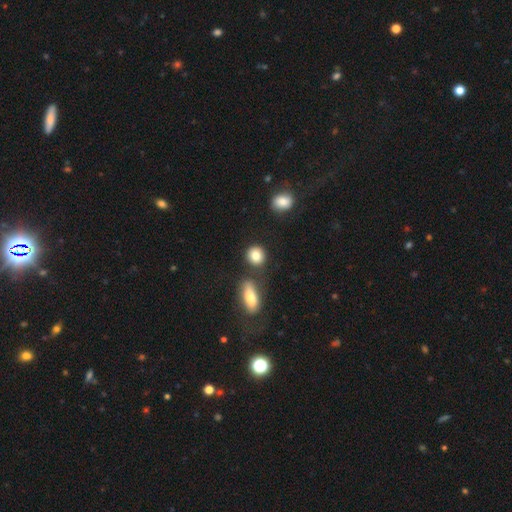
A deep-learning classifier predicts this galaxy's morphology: type=smooth (84%); roundness=round (74%); merging=none (74%).